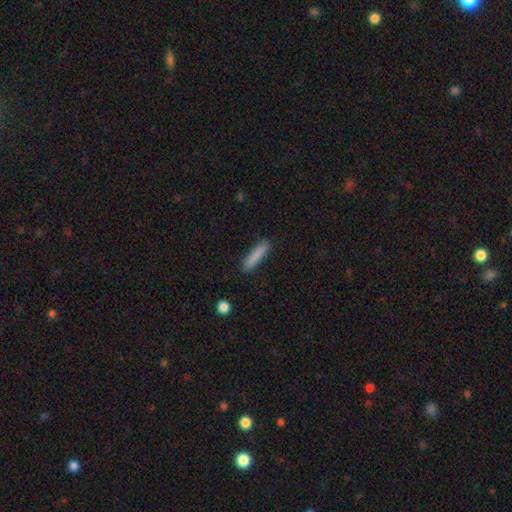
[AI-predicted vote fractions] This appears to be a smooth galaxy with no disk features (85%) that is cigar-shaped (86%). Merging: none (88%).